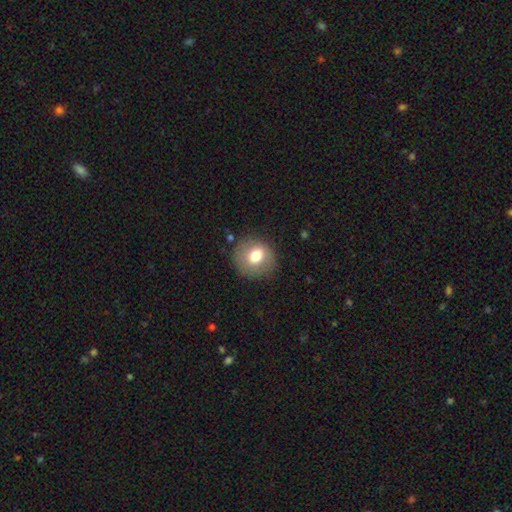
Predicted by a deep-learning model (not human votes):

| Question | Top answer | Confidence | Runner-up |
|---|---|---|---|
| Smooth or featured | smooth | 73% | featured or disk (18%) |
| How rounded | round | 85% | in between (14%) |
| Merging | none | 82% | minor disturbance (12%) |